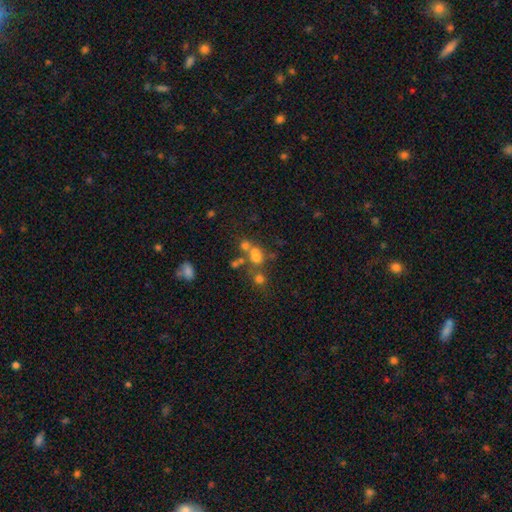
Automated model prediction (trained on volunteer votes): Smooth or featured? smooth (58%)
How rounded? round (63%)
Merging? merger (46%)